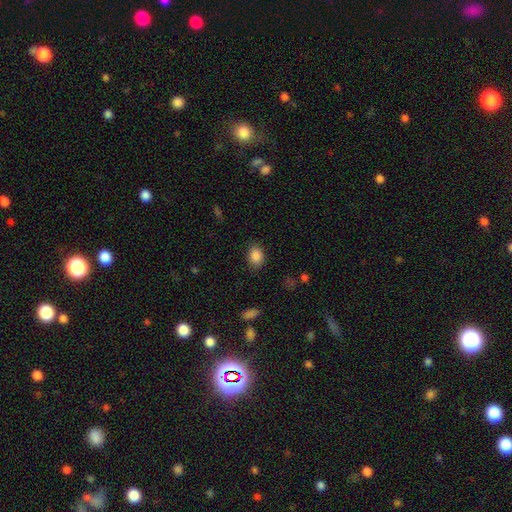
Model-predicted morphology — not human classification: A smooth galaxy with no disk features (87%) that is in between round and cigar-shaped (67%).

Vote fractions:
- Smooth or featured? smooth: 87% / star or artifact: 9% / featured or disk: 4%
- How rounded? in between: 67% / round: 32% / cigar-shaped: 1%
- Merging? none: 84% / minor disturbance: 12% / major disturbance: 3% / merger: 1%